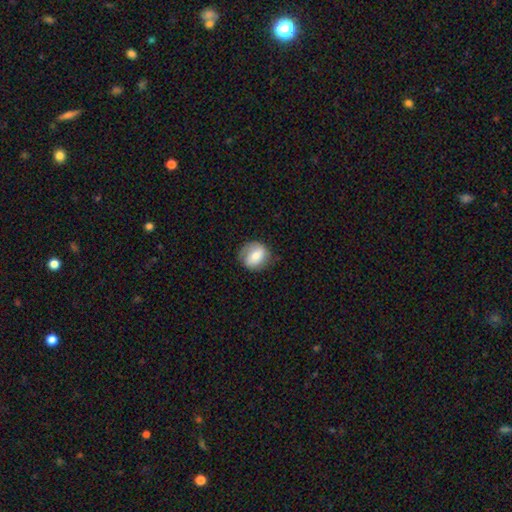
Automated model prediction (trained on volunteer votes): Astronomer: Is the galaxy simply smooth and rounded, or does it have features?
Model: smooth — 61%.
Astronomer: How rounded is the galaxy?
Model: round — 71%.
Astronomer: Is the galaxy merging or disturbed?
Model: none — 74%.